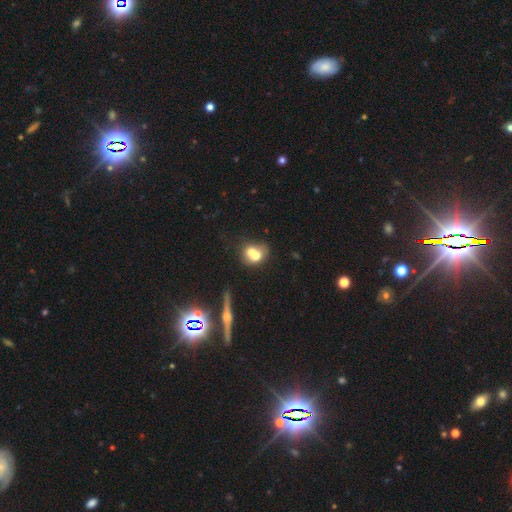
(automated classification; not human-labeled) Overall: smooth (61%; featured or disk 28%). How rounded: round (63%; in between 35%). Merging: merger (63%; none 25%).